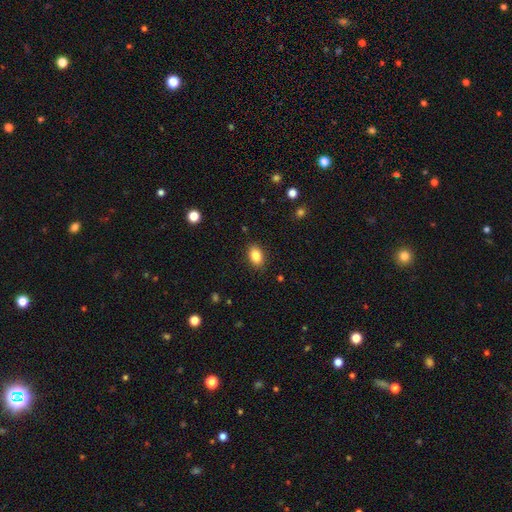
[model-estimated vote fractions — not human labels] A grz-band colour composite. It shows a smooth galaxy with no disk features (86%) that is in between round and cigar-shaped (87%). Merging: none (87%).